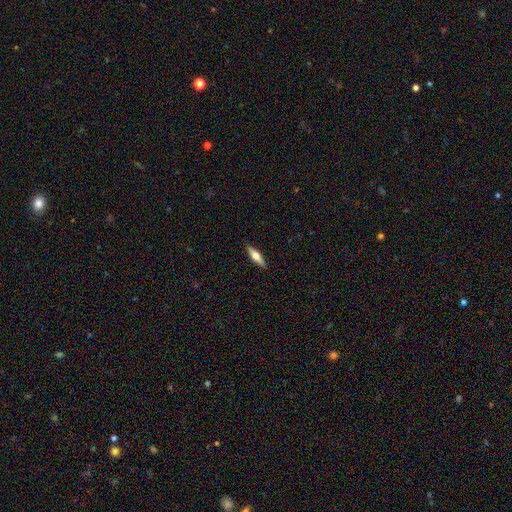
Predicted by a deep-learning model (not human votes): Overall: smooth (48%; featured or disk 46%). Merging: none (89%).